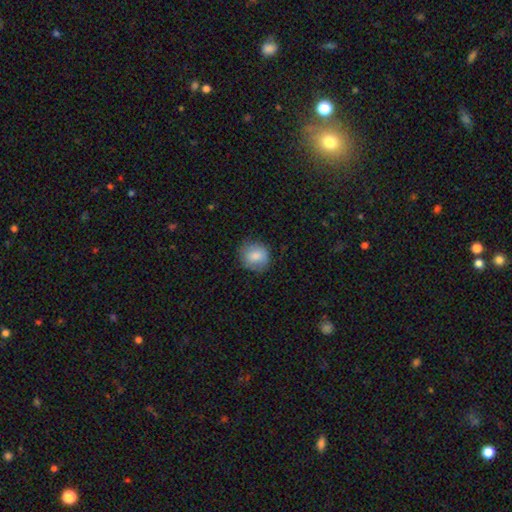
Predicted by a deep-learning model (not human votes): smooth-or-featured: smooth: 82% | featured or disk: 11% | star or artifact: 7%
  how-rounded: round: 79% | in between: 20% | cigar-shaped: 1%
  merging: none: 79% | minor disturbance: 16% | major disturbance: 4% | merger: 1%